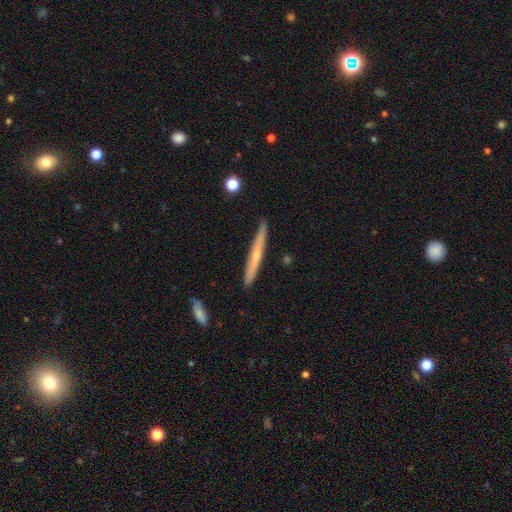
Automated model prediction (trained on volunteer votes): This appears to be a featured or disk galaxy (54%) viewed edge-on (95%) with a rounded central bulge (55%). Merging: none (88%).